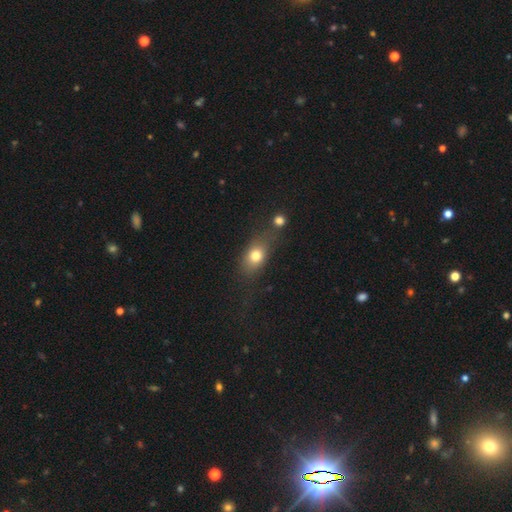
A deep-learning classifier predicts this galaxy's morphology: Overall: smooth (76%). How rounded: in between (67%; round 29%). Merging: none (54%; minor disturbance 20%).